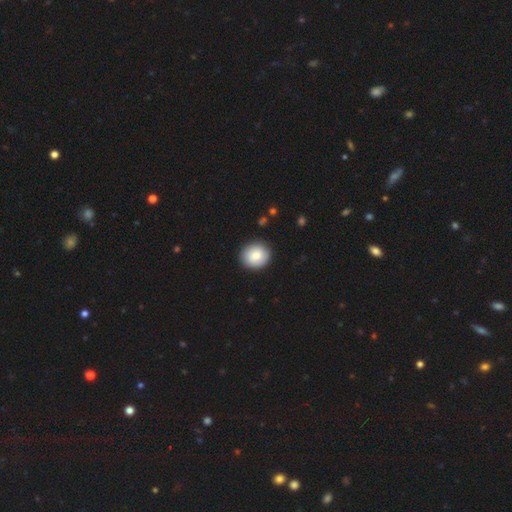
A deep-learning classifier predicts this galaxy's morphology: The model was most divided on "how rounded": round: 80%, in between: 19%, cigar-shaped: 1%. More confident: merging — none (89%); smooth or featured — smooth (82%).